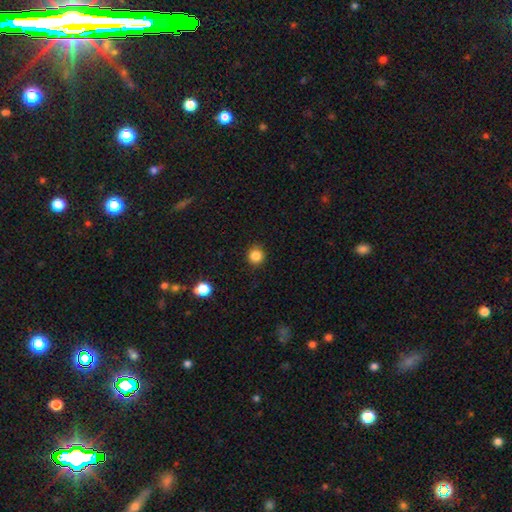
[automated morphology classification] A smooth galaxy with no disk features (85%) that is round (92%).

Vote fractions:
- Smooth or featured? smooth: 85% / star or artifact: 12% / featured or disk: 3%
- How rounded? round: 92% / in between: 7% / cigar-shaped: 1%
- Merging? none: 91% / minor disturbance: 6% / major disturbance: 2% / merger: 1%